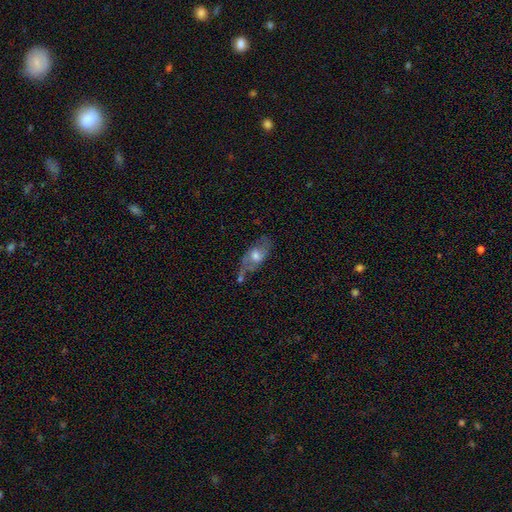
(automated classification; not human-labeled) A featured or disk galaxy (54%).

Vote fractions:
- Smooth or featured? featured or disk: 54% / smooth: 37% / star or artifact: 9%
- Edge-on disk? no: 83% / yes: 17%
- Merging? none: 50% / minor disturbance: 25% / major disturbance: 13% / merger: 12%